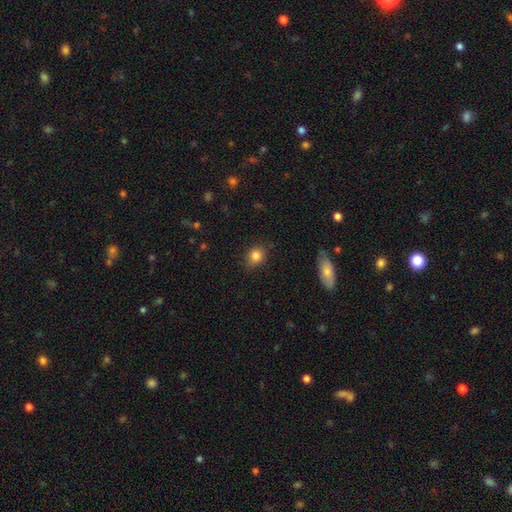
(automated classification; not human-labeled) This appears to be a smooth galaxy with no disk features (84%) that is round (68%). Merging: none (80%).